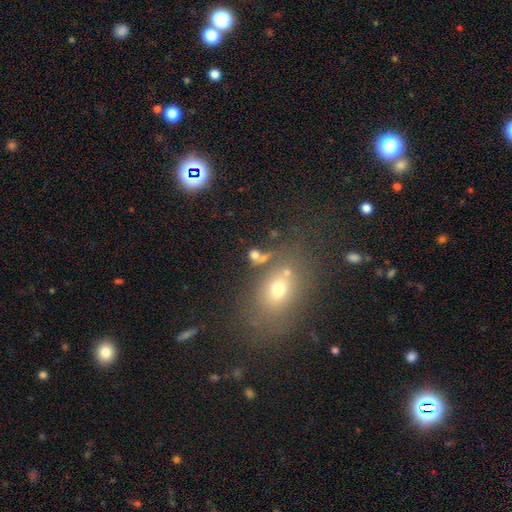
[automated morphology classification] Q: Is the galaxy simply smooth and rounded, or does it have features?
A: smooth — 69%.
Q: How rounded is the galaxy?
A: in between — 51%.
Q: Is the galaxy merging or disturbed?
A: none — 54%.